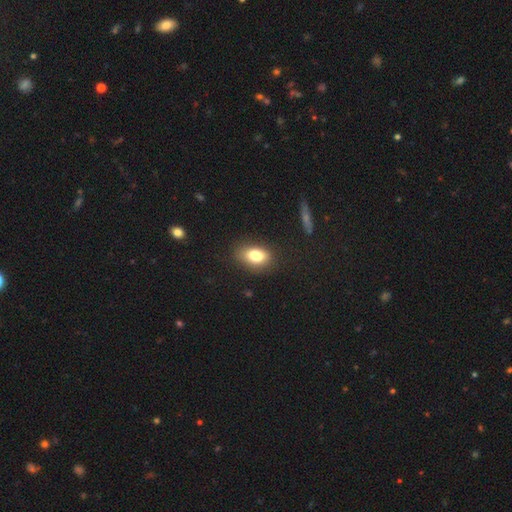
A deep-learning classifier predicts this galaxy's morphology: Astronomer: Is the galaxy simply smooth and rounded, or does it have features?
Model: smooth — 80%.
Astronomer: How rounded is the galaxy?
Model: in between — 86%.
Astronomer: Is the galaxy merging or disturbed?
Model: none — 69%.